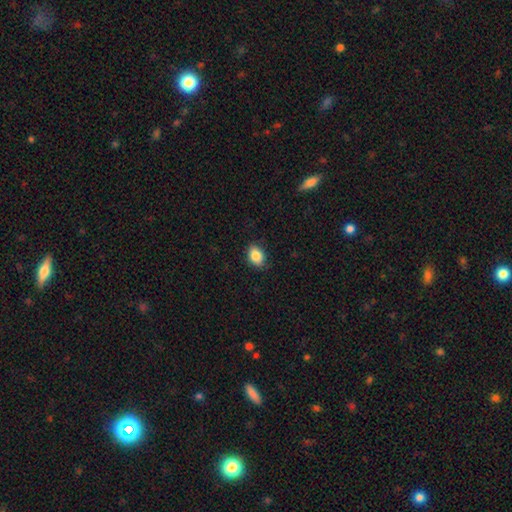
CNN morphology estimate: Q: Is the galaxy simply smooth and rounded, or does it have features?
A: smooth — 85%.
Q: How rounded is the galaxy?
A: in between — 76%.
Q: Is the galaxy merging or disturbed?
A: none — 84%.